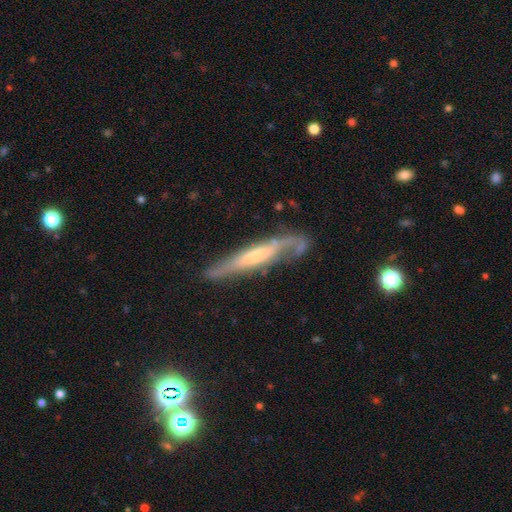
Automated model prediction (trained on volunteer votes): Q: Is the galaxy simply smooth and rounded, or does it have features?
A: featured or disk — 69%.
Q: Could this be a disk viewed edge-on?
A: yes — 69%.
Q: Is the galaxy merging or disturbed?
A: none — 62%.